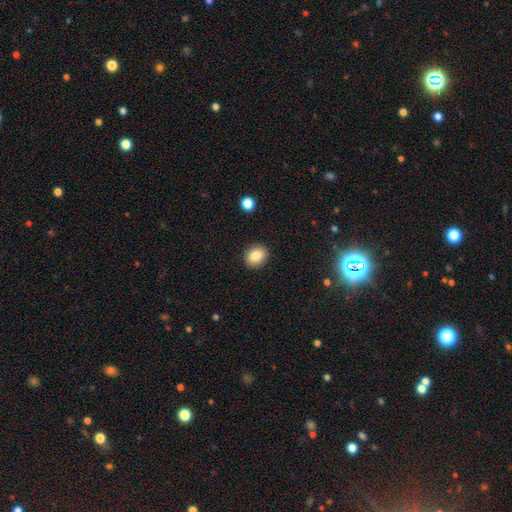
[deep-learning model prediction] This is clearly a smooth galaxy (84%). How rounded: possibly round (51%). Merging: clearly none (90%).